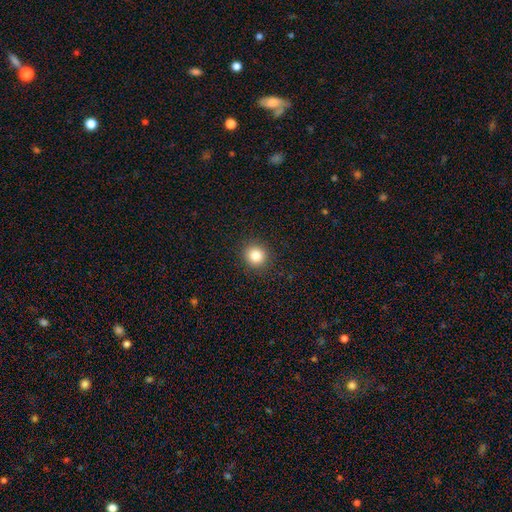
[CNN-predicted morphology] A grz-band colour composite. It shows a smooth galaxy with no disk features (83%) that is round (91%). Merging: none (92%).